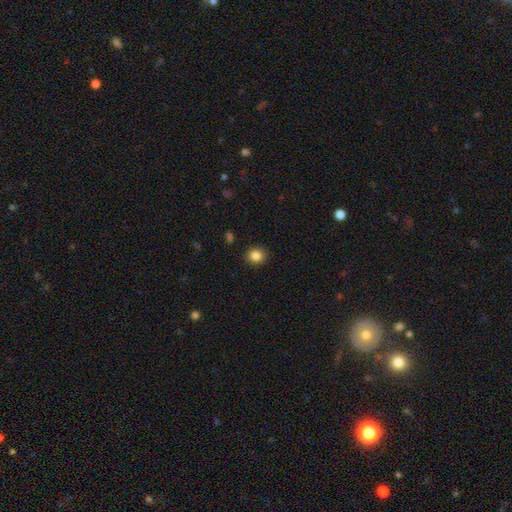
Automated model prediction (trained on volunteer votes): smooth_or_featured: smooth (p=0.85) [alt: star or artifact p=0.10]
how_rounded: round (p=0.74) [alt: in between p=0.25]
merging: none (p=0.90) [alt: minor disturbance p=0.07]